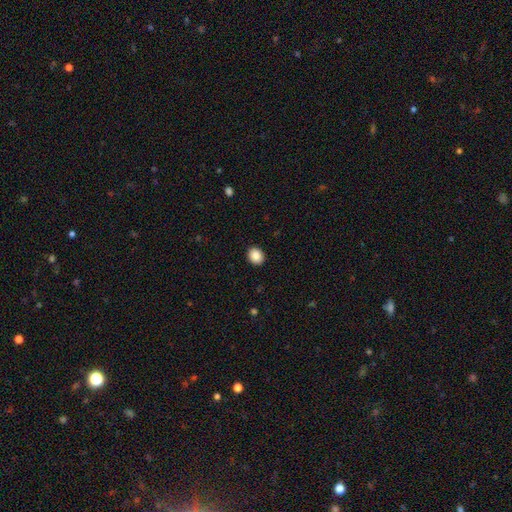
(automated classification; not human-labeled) Q: Smooth or featured?
A: smooth (88%); runner-up: star or artifact (8%)
Q: How rounded?
A: round (57%); runner-up: in between (42%)
Q: Merging?
A: none (92%); runner-up: minor disturbance (6%)